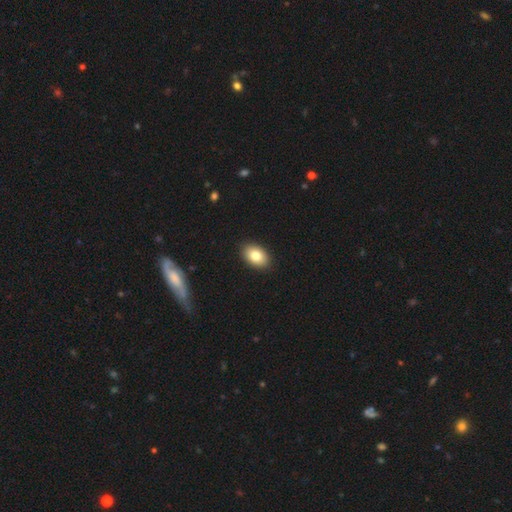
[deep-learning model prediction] smooth-or-featured: smooth: 82% | featured or disk: 11% | star or artifact: 8%
  how-rounded: in between: 87% | round: 12% | cigar-shaped: 1%
  merging: none: 90% | minor disturbance: 8% | major disturbance: 2% | merger: 1%